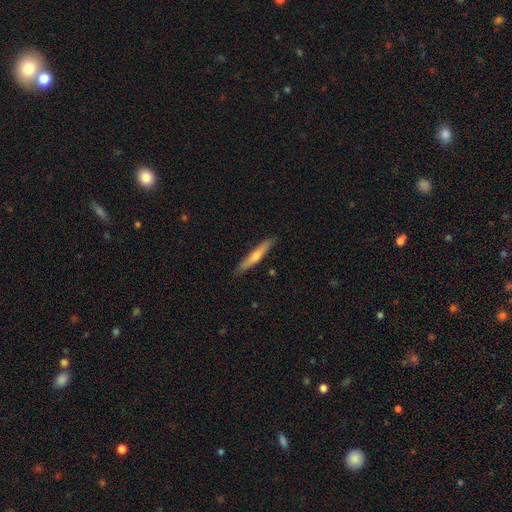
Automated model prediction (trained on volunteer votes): A smooth galaxy with no disk features (50%). Merging: none (89%).